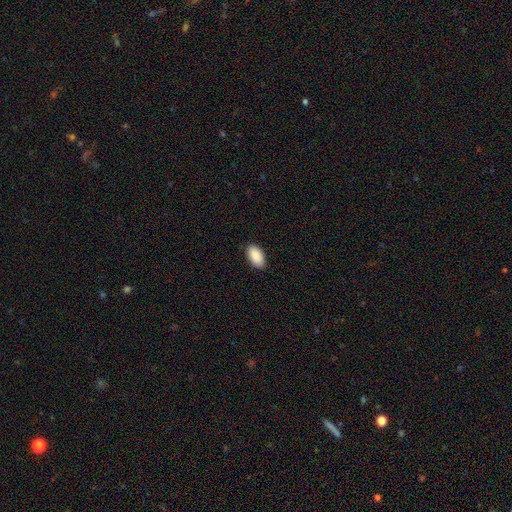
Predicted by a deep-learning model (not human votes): Smooth or featured: smooth — 91% (star or artifact — 6%)
How rounded: in between — 96% (round — 3%)
Merging: none — 89% (minor disturbance — 9%)